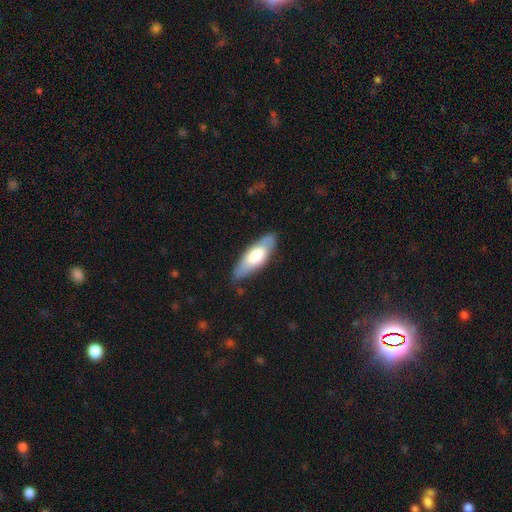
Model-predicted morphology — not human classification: Smooth or featured: smooth — 66% (featured or disk — 29%)
How rounded: in between — 66% (cigar-shaped — 32%)
Merging: none — 77% (minor disturbance — 18%)